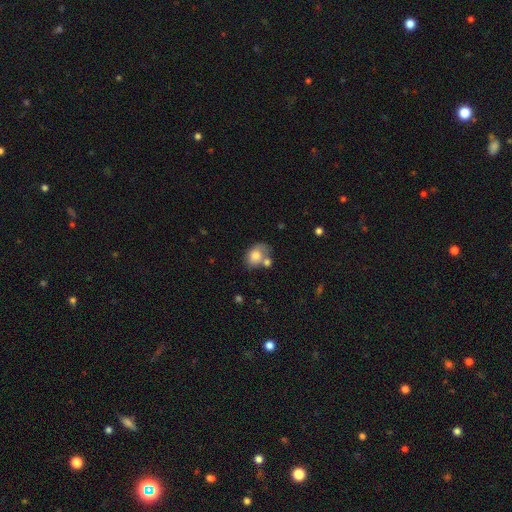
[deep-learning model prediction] Q: Smooth or featured?
A: smooth (77%); runner-up: featured or disk (15%)
Q: How rounded?
A: in between (73%); runner-up: round (26%)
Q: Merging?
A: none (40%); runner-up: merger (28%)